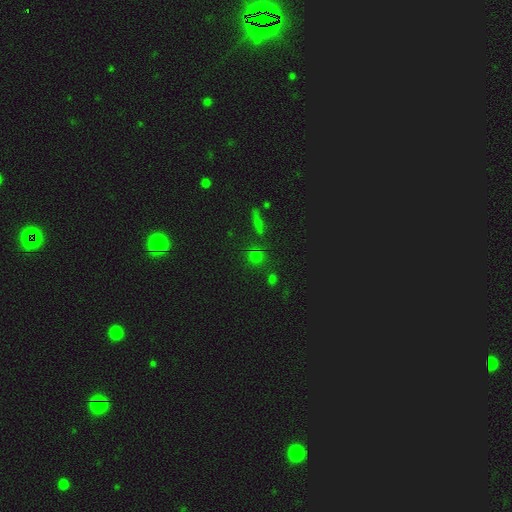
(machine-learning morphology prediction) Overall: smooth (62%; star or artifact 30%). How rounded: round (86%). Merging: none (79%).